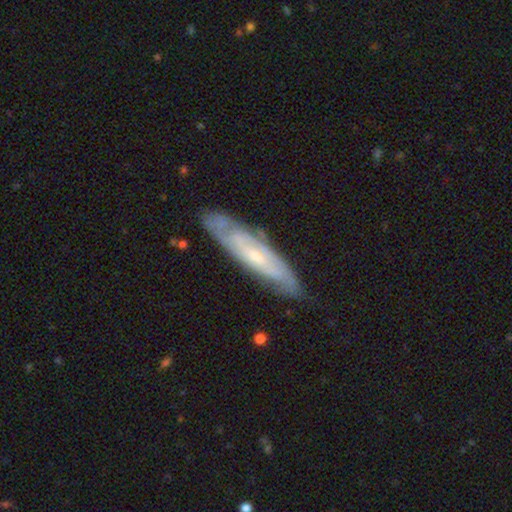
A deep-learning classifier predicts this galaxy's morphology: This appears to be a featured or disk galaxy (71%). Merging: none (78%).